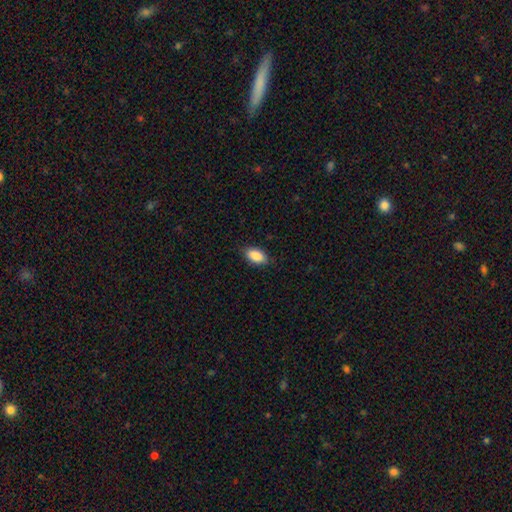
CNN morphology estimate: The model was most divided on "merging": none: 84%, minor disturbance: 12%, major disturbance: 2%, merger: 1%. More confident: how rounded — in between (93%); smooth or featured — smooth (88%).